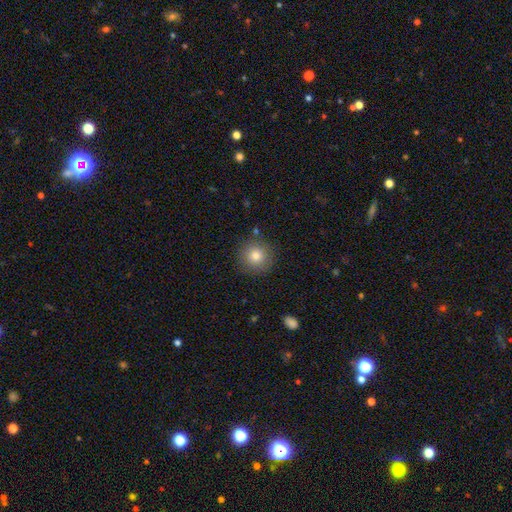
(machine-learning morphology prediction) Smooth or featured? Predicted: smooth (p=0.81). How rounded? Predicted: round (p=0.94). Merging? Predicted: none (p=0.88).